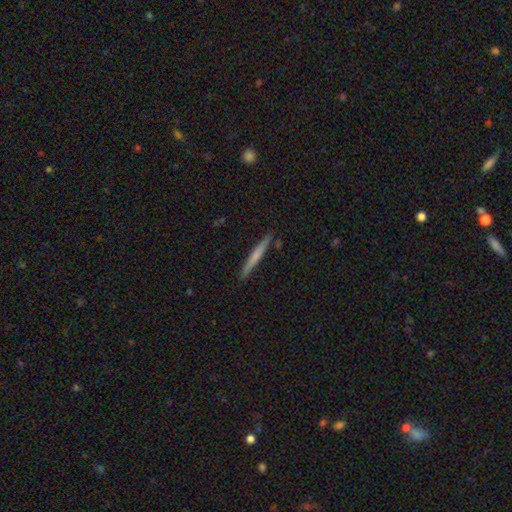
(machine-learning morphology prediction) Q: Smooth or featured?
A: smooth (60%); runner-up: featured or disk (34%)
Q: How rounded?
A: cigar-shaped (97%); runner-up: in between (2%)
Q: Merging?
A: none (90%); runner-up: minor disturbance (7%)